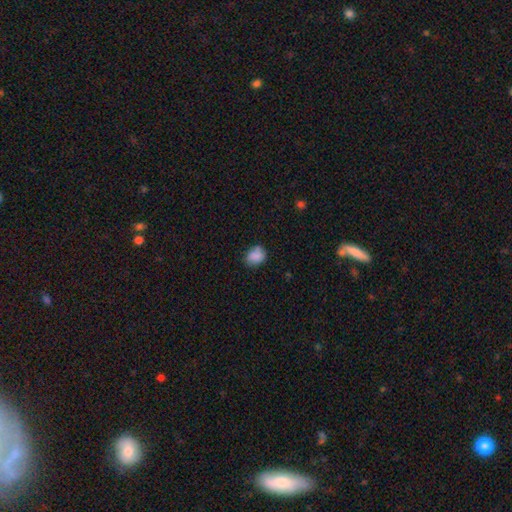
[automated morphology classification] smooth-or-featured: smooth: 85% | star or artifact: 9% | featured or disk: 7%
  how-rounded: round: 54% | in between: 45% | cigar-shaped: 1%
  merging: none: 70% | minor disturbance: 23% | major disturbance: 4% | merger: 3%